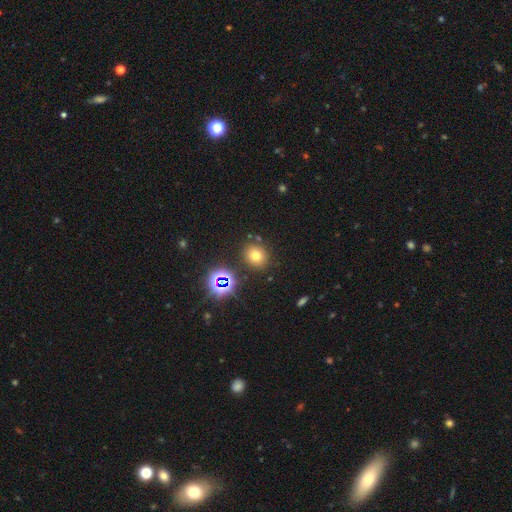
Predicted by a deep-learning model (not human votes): The model was most divided on "smooth or featured": smooth: 67%, star or artifact: 23%, featured or disk: 10%. More confident: merging — none (83%); how rounded — round (75%).